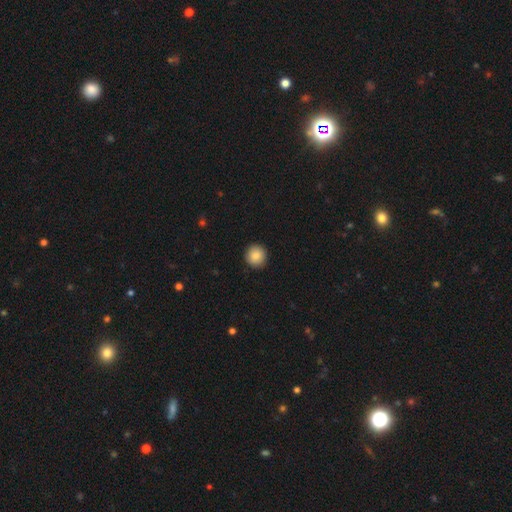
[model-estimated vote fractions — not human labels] Smooth or featured: smooth — 87% (star or artifact — 8%)
How rounded: round — 94% (in between — 5%)
Merging: none — 93% (minor disturbance — 5%)